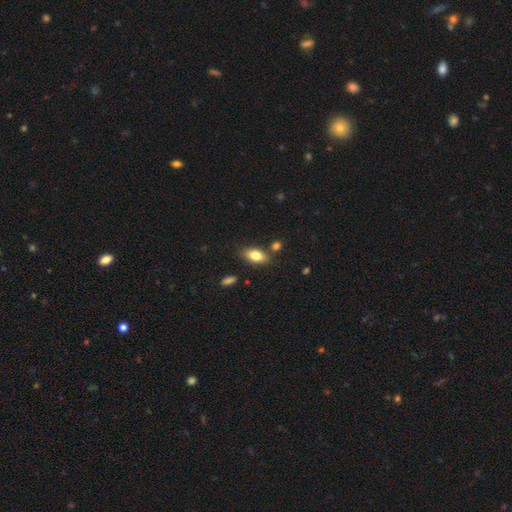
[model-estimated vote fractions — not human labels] Morphology: type=smooth (80%); roundness=in between (89%); merging=none (77%).